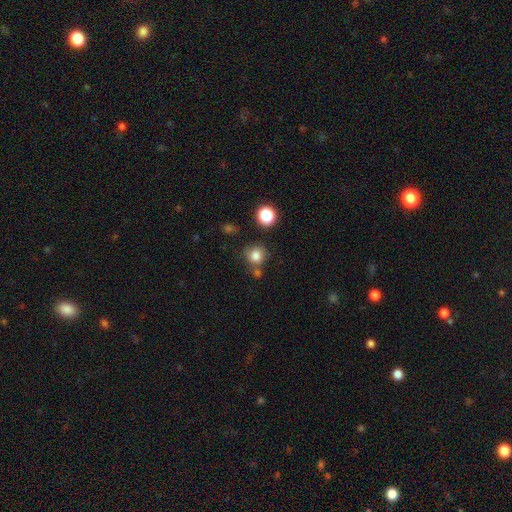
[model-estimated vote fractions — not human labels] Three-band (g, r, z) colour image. It shows a smooth galaxy with no disk features (81%) that is round (86%). Merging: none (68%).